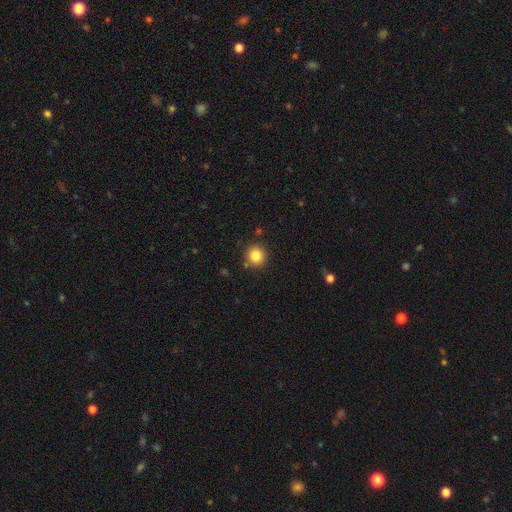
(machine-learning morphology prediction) A smooth galaxy with no disk features (83%) that is round (92%). Merging: none (87%).